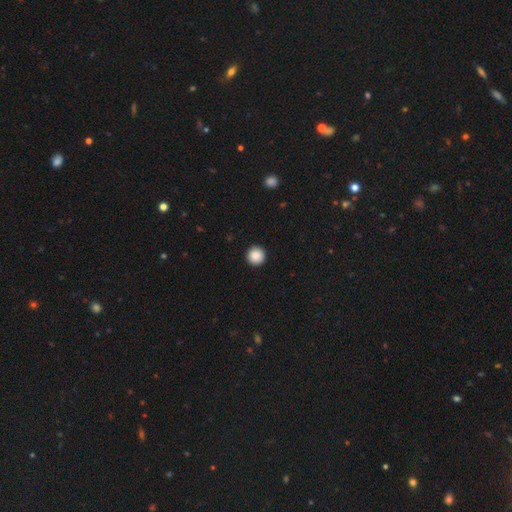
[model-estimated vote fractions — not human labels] A smooth galaxy with no disk features (89%) that is round (97%).

Vote fractions:
- Smooth or featured? smooth: 89% / star or artifact: 9% / featured or disk: 2%
- How rounded? round: 97% / in between: 3% / cigar-shaped: 1%
- Merging? none: 93% / minor disturbance: 4% / major disturbance: 1% / merger: 1%